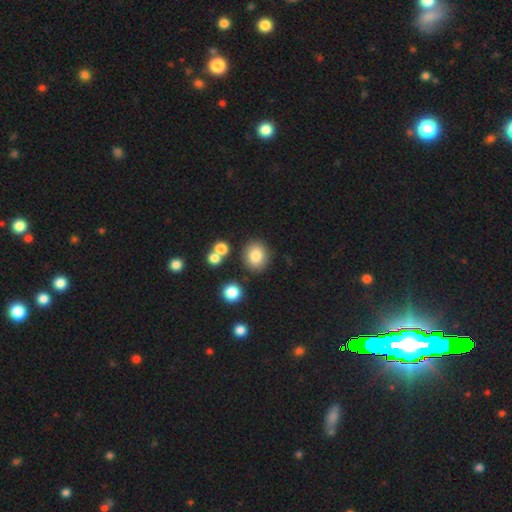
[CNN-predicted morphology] Smooth or featured? smooth (81%)
How rounded? round (73%)
Merging? none (82%)